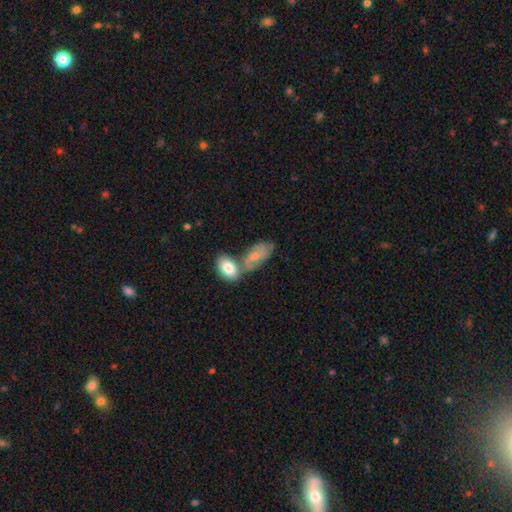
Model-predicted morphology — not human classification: Smooth or featured: smooth — 63% (featured or disk — 30%)
How rounded: in between — 91% (round — 5%)
Merging: merger — 39% (none — 35%)